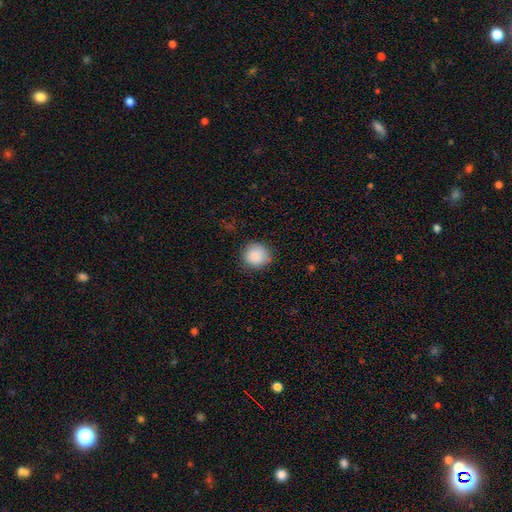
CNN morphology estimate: A smooth galaxy with no disk features (88%) that is round (89%).

Vote fractions:
- Smooth or featured? smooth: 88% / star or artifact: 8% / featured or disk: 5%
- How rounded? round: 89% / in between: 10% / cigar-shaped: 1%
- Merging? none: 80% / minor disturbance: 15% / major disturbance: 4% / merger: 1%